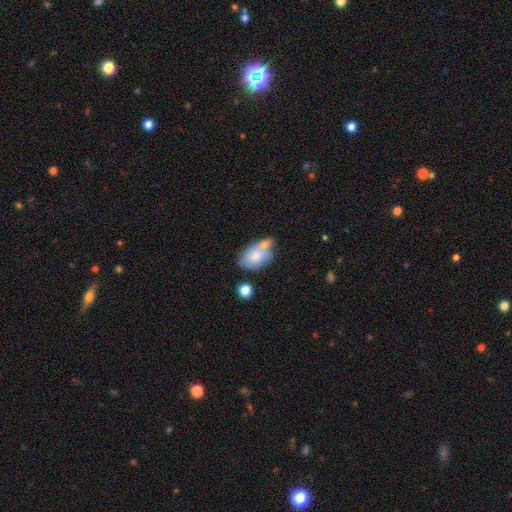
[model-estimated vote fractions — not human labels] smooth 70%, featured or disk 23%, star or artifact 7%. Down the decision tree: how rounded — in between (87%); merging — none (40%).